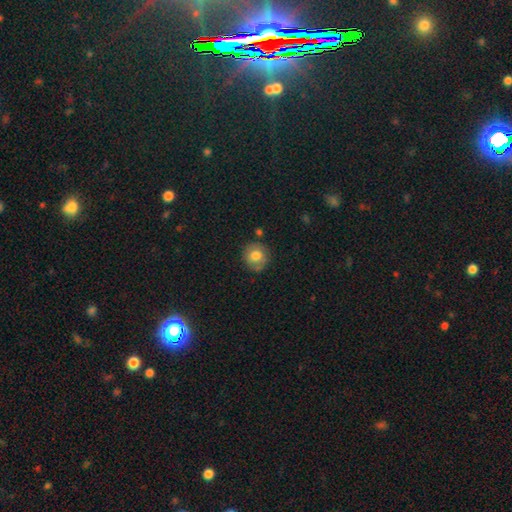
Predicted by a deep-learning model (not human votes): Overall: smooth (75%). How rounded: round (87%). Merging: none (79%).